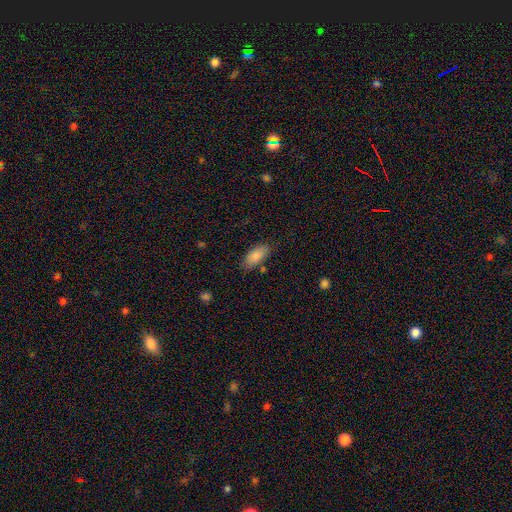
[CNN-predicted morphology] Overall: smooth (85%). How rounded: in between (87%). Merging: none (76%).